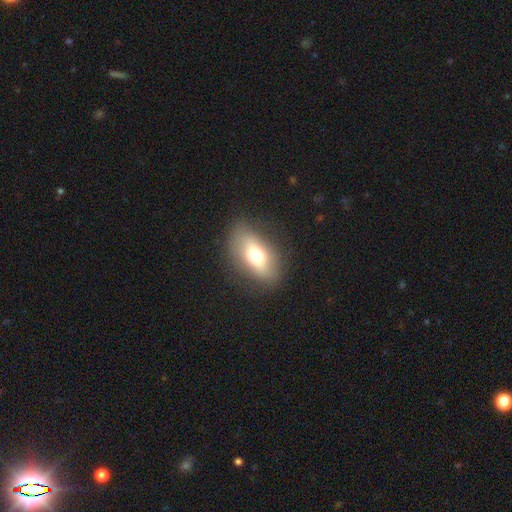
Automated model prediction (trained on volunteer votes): Smooth or featured?
  - smooth: 63% *
  - featured or disk: 28%
  - star or artifact: 9%
How rounded?
  - in between: 81% *
  - round: 12%
  - cigar-shaped: 7%
Merging?
  - none: 82% *
  - minor disturbance: 12%
  - major disturbance: 5%
  - merger: 1%